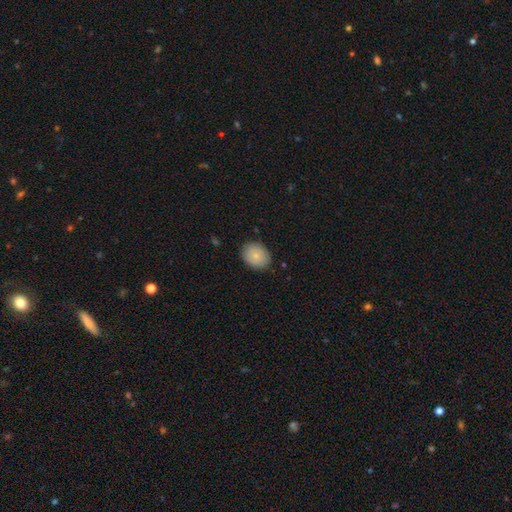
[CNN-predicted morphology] Smooth or featured?
  - smooth: 82% *
  - featured or disk: 11%
  - star or artifact: 7%
How rounded?
  - round: 52% *
  - in between: 47%
  - cigar-shaped: 1%
Merging?
  - none: 87% *
  - minor disturbance: 10%
  - major disturbance: 2%
  - merger: 1%